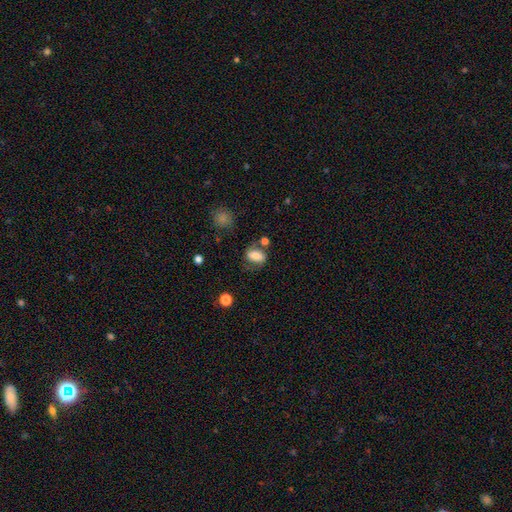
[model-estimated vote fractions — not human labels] Morphology: type=smooth (71%); roundness=in between (79%); merging=none (51%).